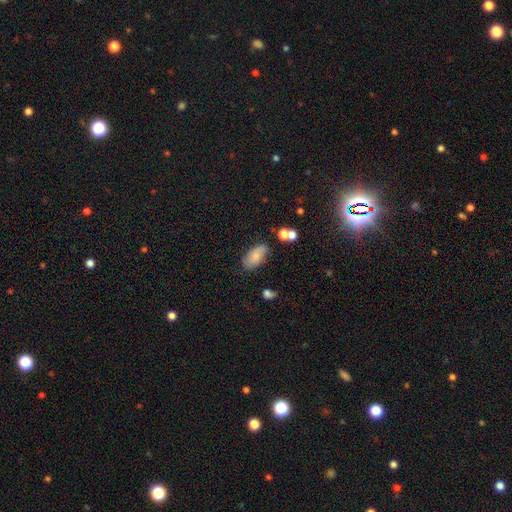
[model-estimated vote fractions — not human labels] A smooth galaxy with no disk features (65%) that is in between round and cigar-shaped (91%).

Vote fractions:
- Smooth or featured? smooth: 65% / featured or disk: 25% / star or artifact: 10%
- How rounded? in between: 91% / round: 5% / cigar-shaped: 4%
- Merging? none: 67% / minor disturbance: 22% / major disturbance: 6% / merger: 5%